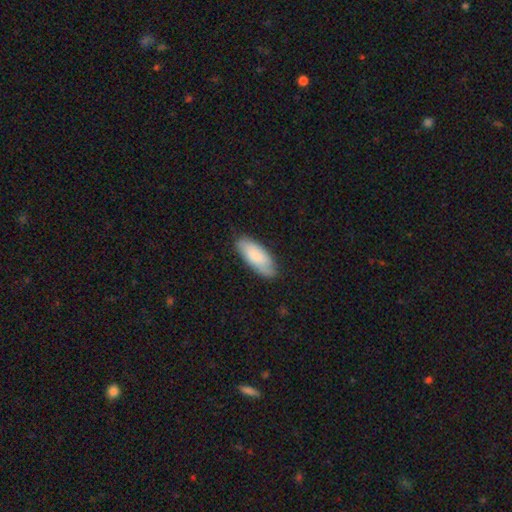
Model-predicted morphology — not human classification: smooth 78%, featured or disk 17%, star or artifact 6%. Down the decision tree: how rounded — in between (81%); merging — none (80%).